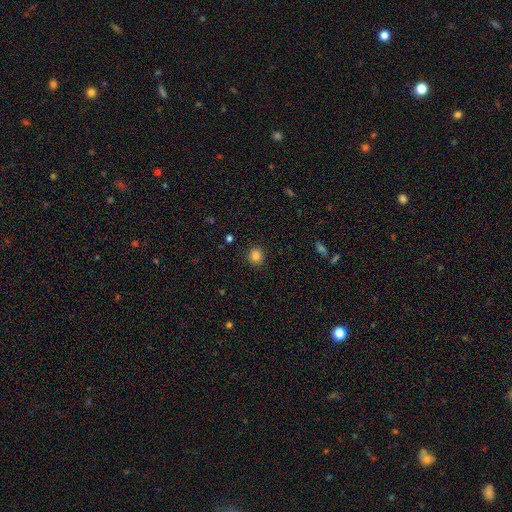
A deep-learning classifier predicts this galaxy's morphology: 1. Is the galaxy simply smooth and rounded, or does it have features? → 84% smooth, 12% star or artifact, 4% featured or disk.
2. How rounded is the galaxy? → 91% round, 8% in between, 1% cigar-shaped.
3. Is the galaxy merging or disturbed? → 90% none, 7% minor disturbance, 2% major disturbance, 1% merger.